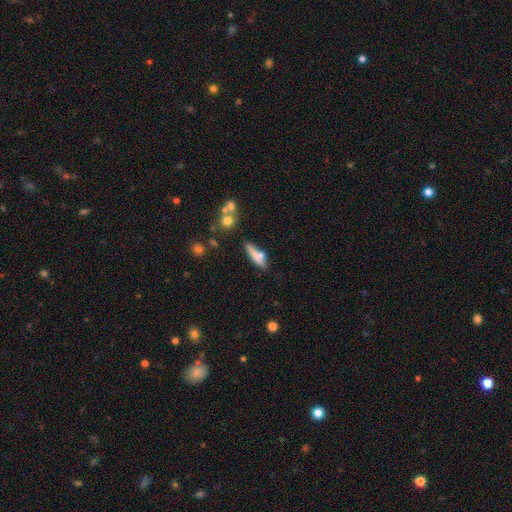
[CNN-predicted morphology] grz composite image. It shows a smooth galaxy with no disk features (68%) that is cigar-shaped (67%). Merging: none (56%).